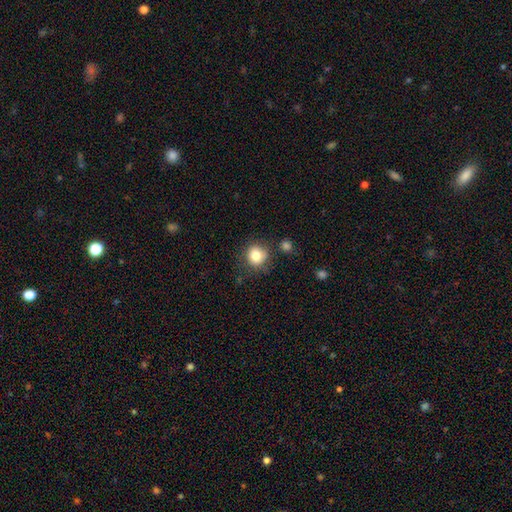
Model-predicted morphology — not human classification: smooth_or_featured: smooth (p=0.81) [alt: star or artifact p=0.11]
how_rounded: round (p=0.90) [alt: in between p=0.09]
merging: none (p=0.79) [alt: minor disturbance p=0.13]